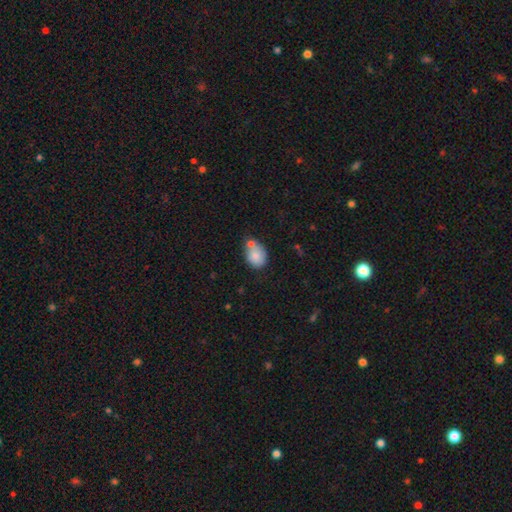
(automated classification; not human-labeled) smooth_or_featured: smooth (p=0.79) [alt: featured or disk p=0.13]
how_rounded: in between (p=0.57) [alt: round p=0.41]
merging: none (p=0.40) [alt: merger p=0.36]